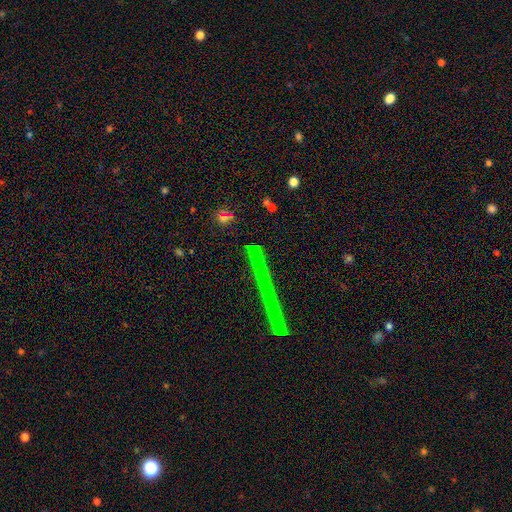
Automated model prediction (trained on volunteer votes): smooth_or_featured: star or artifact (p=0.74) [alt: featured or disk p=0.14]